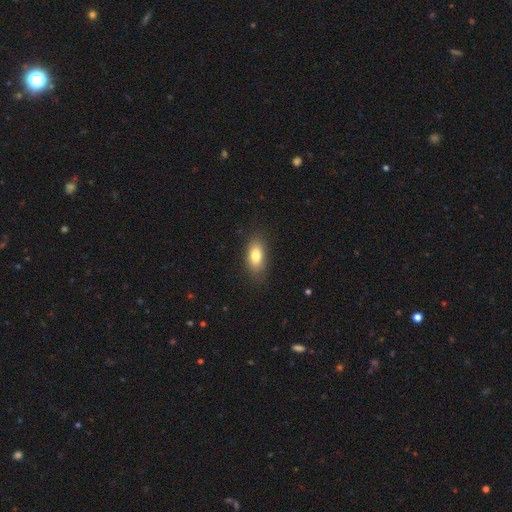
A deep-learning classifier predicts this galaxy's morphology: Q: Smooth or featured?
A: smooth (80%); runner-up: featured or disk (13%)
Q: How rounded?
A: in between (87%); runner-up: cigar-shaped (8%)
Q: Merging?
A: none (83%); runner-up: minor disturbance (12%)